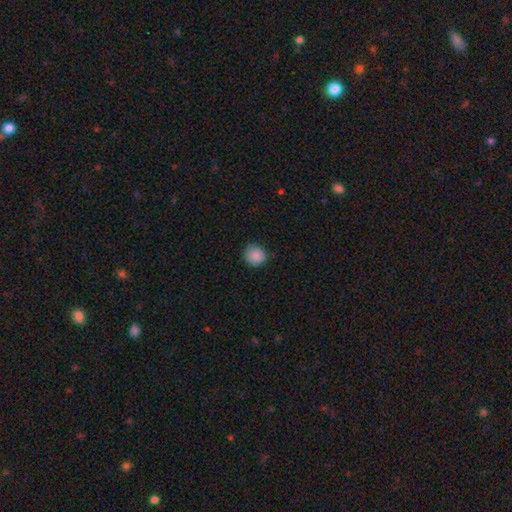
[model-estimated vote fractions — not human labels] The model was most divided on "merging": none: 84%, minor disturbance: 12%, major disturbance: 2%, merger: 1%. More confident: how rounded — round (89%); smooth or featured — smooth (87%).